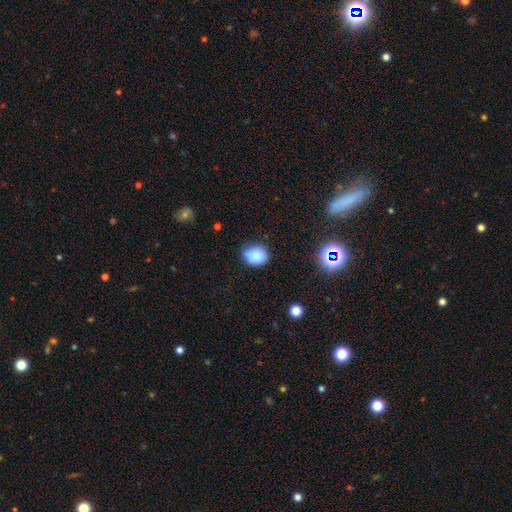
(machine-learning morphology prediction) smooth 82%, star or artifact 11%, featured or disk 7%. Down the decision tree: how rounded — round (50%); merging — none (69%).